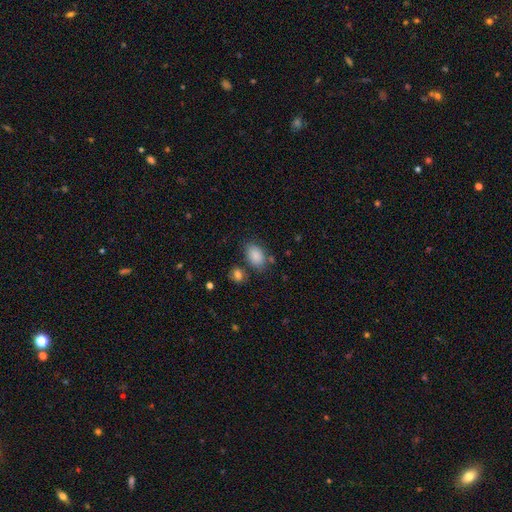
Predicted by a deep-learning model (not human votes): Overall: smooth (86%). How rounded: in between (85%). Merging: none (69%).